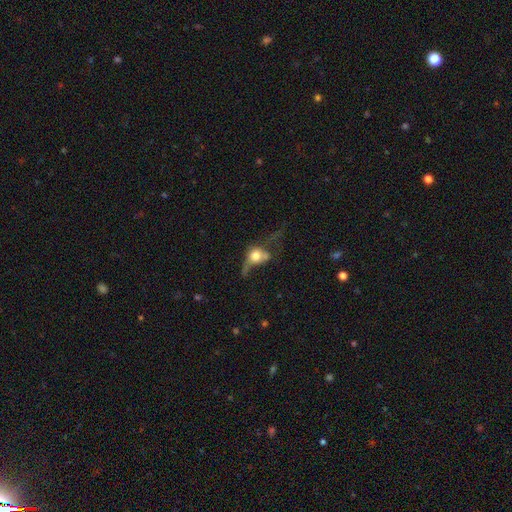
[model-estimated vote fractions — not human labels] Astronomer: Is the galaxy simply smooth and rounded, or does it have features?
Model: smooth — 57% (runner-up: featured or disk, 32%).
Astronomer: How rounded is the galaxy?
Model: round — 58% (runner-up: in between, 38%).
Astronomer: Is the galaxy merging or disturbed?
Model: major disturbance — 45% (runner-up: none, 23%).